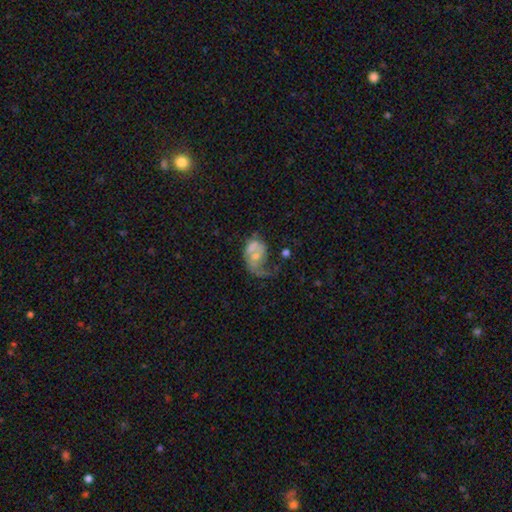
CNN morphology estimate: smooth_or_featured: featured or disk (p=0.68) [alt: smooth p=0.22]
disk_edge_on: no (p=0.98) [alt: yes p=0.02]
bar: no (p=0.71) [alt: weak p=0.24]
has_spiral_arms: yes (p=0.70) [alt: no p=0.30]
bulge_size: small (p=0.48) [alt: moderate p=0.34]
merging: major disturbance (p=0.44) [alt: none p=0.26]